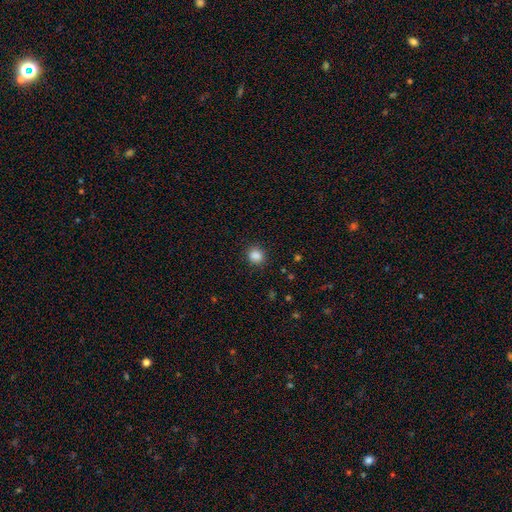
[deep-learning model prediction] Overall: smooth (86%). How rounded: round (83%). Merging: none (89%).